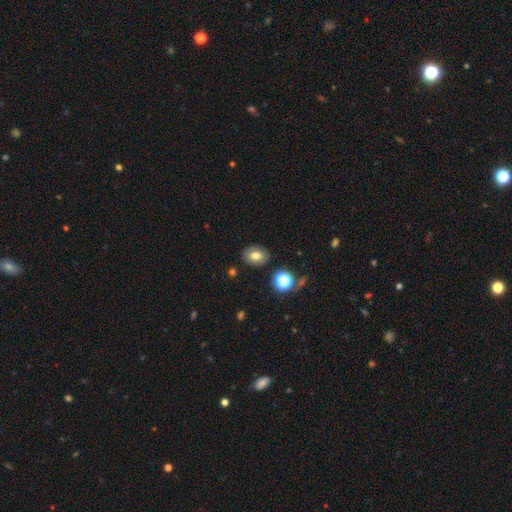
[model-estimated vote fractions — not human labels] smooth_or_featured: smooth (p=0.73) [alt: featured or disk p=0.15]
how_rounded: in between (p=0.66) [alt: round p=0.33]
merging: none (p=0.84) [alt: minor disturbance p=0.10]